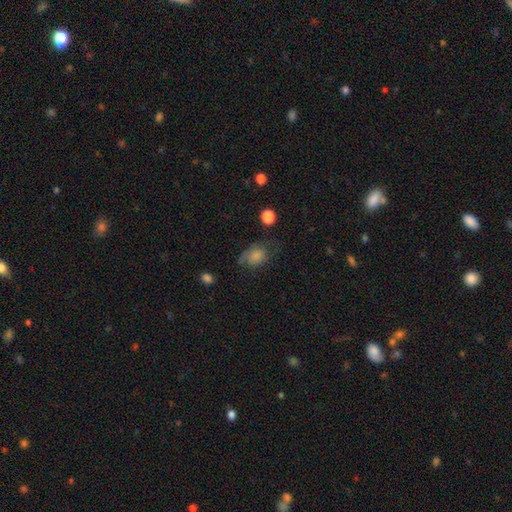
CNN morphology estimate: A smooth galaxy with no disk features (68%) that is in between round and cigar-shaped (73%).

Vote fractions:
- Smooth or featured? smooth: 68% / featured or disk: 22% / star or artifact: 10%
- How rounded? in between: 73% / round: 26% / cigar-shaped: 1%
- Merging? none: 45% / minor disturbance: 30% / major disturbance: 22% / merger: 3%